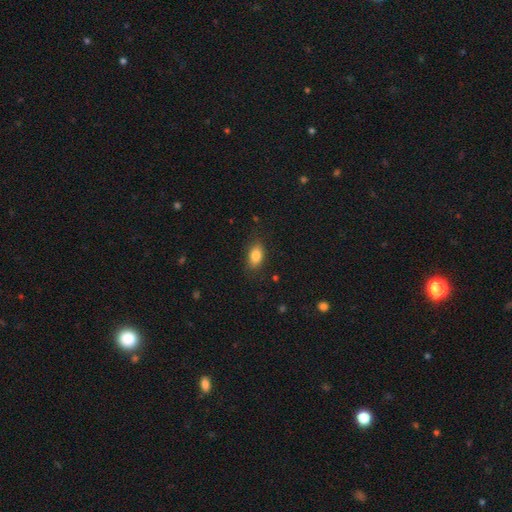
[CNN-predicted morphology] smooth_or_featured: smooth (p=0.83) [alt: star or artifact p=0.08]
how_rounded: in between (p=0.87) [alt: round p=0.10]
merging: none (p=0.82) [alt: minor disturbance p=0.14]